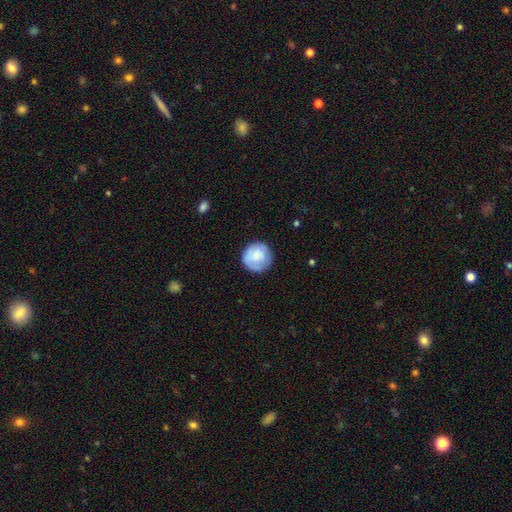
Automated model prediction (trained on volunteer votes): This is likely a smooth galaxy (74%). How rounded: clearly round (93%). Merging: likely none (79%).